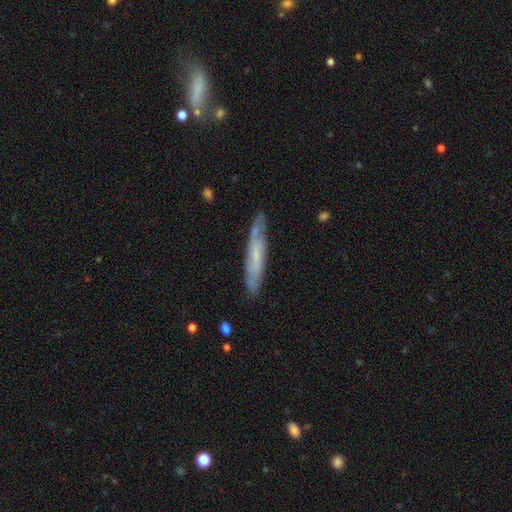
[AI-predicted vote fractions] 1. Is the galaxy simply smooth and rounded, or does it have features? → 59% featured or disk, 34% smooth, 7% star or artifact.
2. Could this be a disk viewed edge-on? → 58% yes, 42% no.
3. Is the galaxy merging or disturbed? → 79% none, 16% minor disturbance, 3% major disturbance, 2% merger.